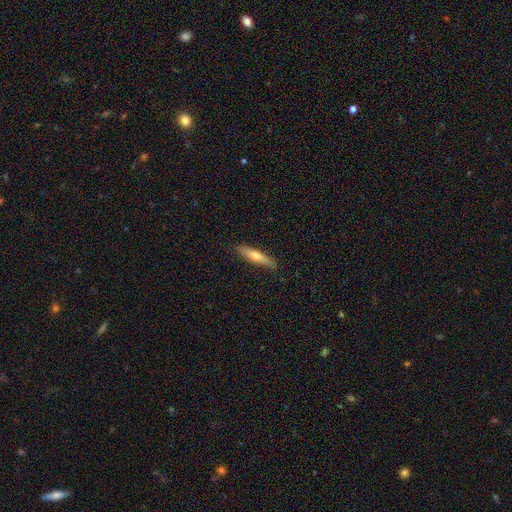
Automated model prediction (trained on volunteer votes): Smooth or featured? Predicted: smooth (p=0.54). How rounded? Predicted: cigar-shaped (p=0.85). Merging? Predicted: none (p=0.88).